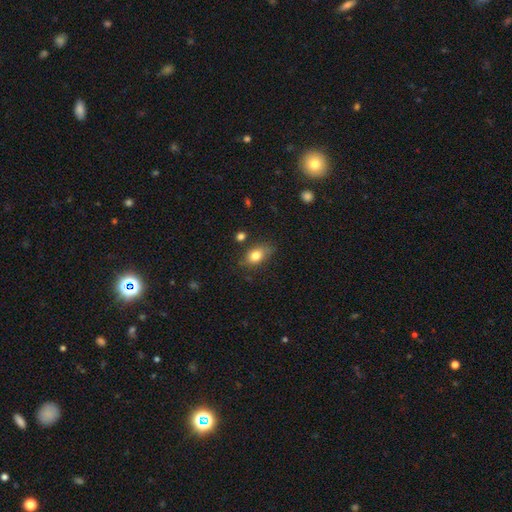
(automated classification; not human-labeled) Morphology: type=smooth (79%); roundness=in between (76%); merging=none (68%).